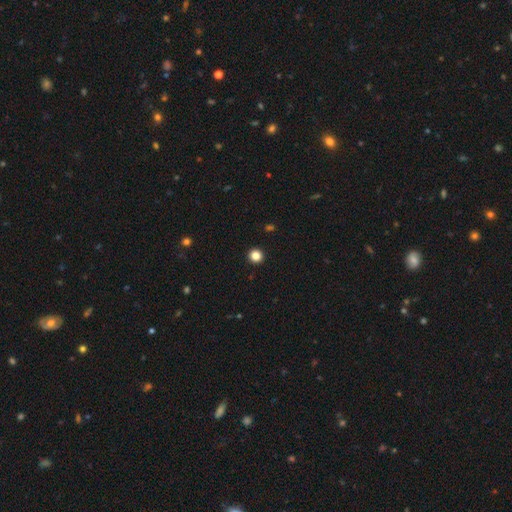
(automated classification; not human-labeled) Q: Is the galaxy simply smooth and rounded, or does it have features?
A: smooth — 84%.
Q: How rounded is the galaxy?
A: round — 95%.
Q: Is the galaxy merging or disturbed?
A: none — 94%.